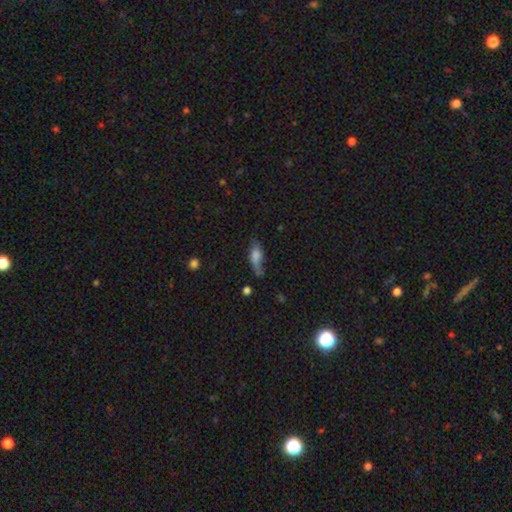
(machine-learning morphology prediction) smooth-or-featured: smooth: 64% | featured or disk: 27% | star or artifact: 9%
  how-rounded: in between: 66% | cigar-shaped: 30% | round: 4%
  merging: none: 50% | minor disturbance: 32% | major disturbance: 13% | merger: 5%